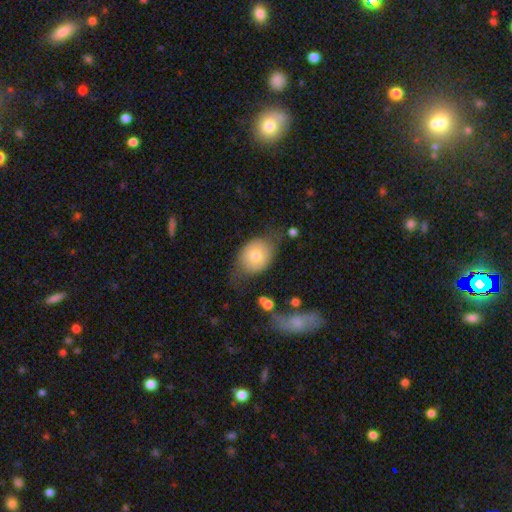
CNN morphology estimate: This appears to be a smooth galaxy with no disk features (66%) that is in between round and cigar-shaped (59%). Merging: none (53%).